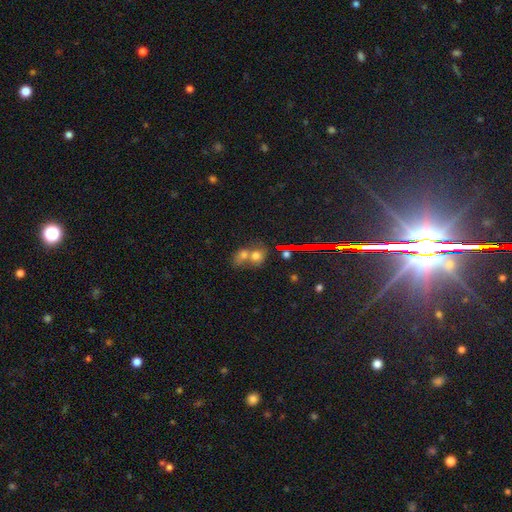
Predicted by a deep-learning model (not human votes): smooth_or_featured: smooth (p=0.60) [alt: featured or disk p=0.20]
how_rounded: round (p=0.59) [alt: in between p=0.38]
merging: merger (p=0.62) [alt: none p=0.28]